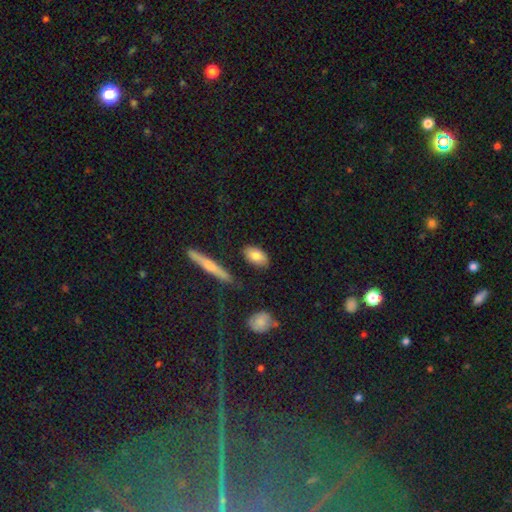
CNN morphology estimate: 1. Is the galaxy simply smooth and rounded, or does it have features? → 81% smooth, 12% featured or disk, 7% star or artifact.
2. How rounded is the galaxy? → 88% in between, 6% round, 6% cigar-shaped.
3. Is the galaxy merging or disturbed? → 84% none, 11% minor disturbance, 3% major disturbance, 3% merger.